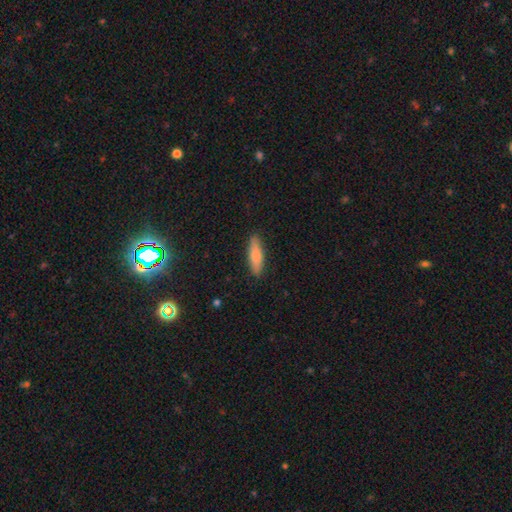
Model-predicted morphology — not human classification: Smooth or featured: smooth — 81% (featured or disk — 13%)
How rounded: cigar-shaped — 59% (in between — 39%)
Merging: none — 88% (minor disturbance — 9%)